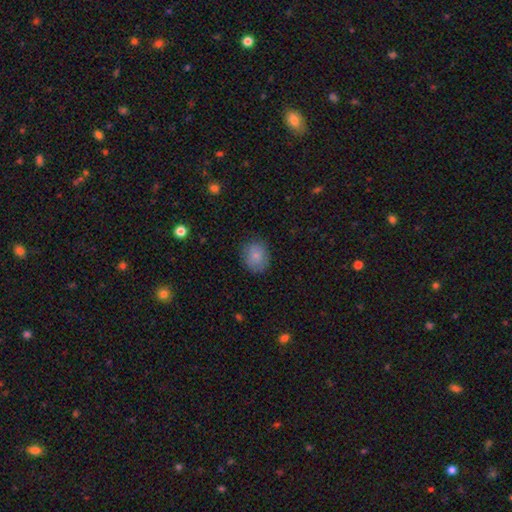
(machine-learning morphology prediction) Q: Smooth or featured?
A: smooth (82%); runner-up: star or artifact (10%)
Q: How rounded?
A: round (67%); runner-up: in between (32%)
Q: Merging?
A: none (82%); runner-up: minor disturbance (14%)